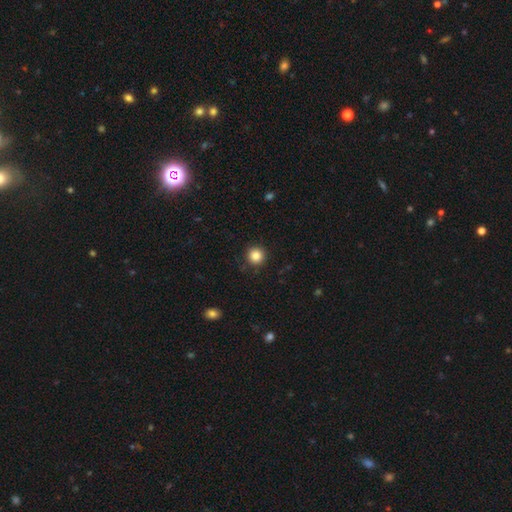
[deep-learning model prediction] Smooth or featured: smooth — 85% (star or artifact — 10%)
How rounded: round — 95% (in between — 4%)
Merging: none — 91% (minor disturbance — 6%)